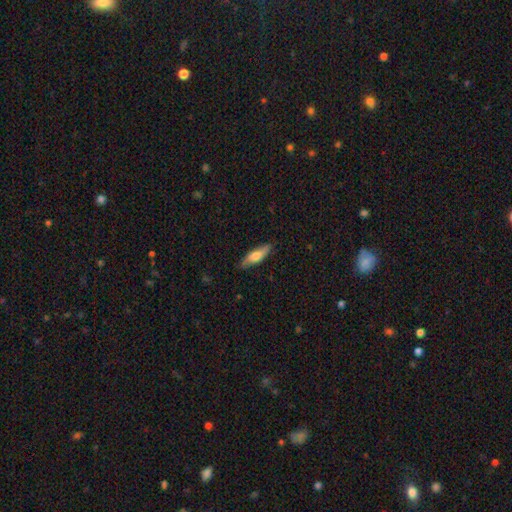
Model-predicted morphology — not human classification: A smooth galaxy with no disk features (63%) that is cigar-shaped (50%). Merging: none (81%).